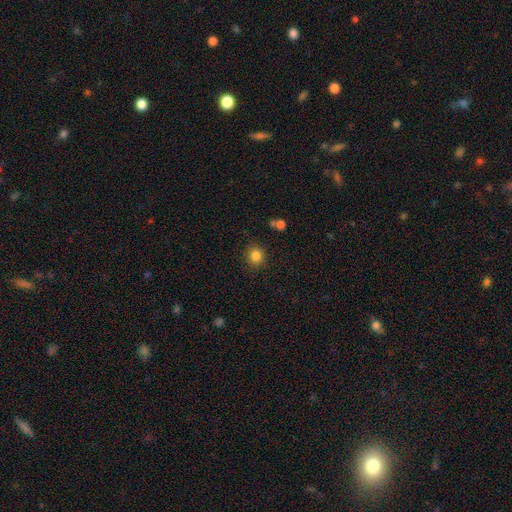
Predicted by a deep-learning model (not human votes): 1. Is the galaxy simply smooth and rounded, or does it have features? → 84% smooth, 12% star or artifact, 5% featured or disk.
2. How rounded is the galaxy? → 86% round, 13% in between, 1% cigar-shaped.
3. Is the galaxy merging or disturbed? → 87% none, 8% minor disturbance, 2% major disturbance, 2% merger.